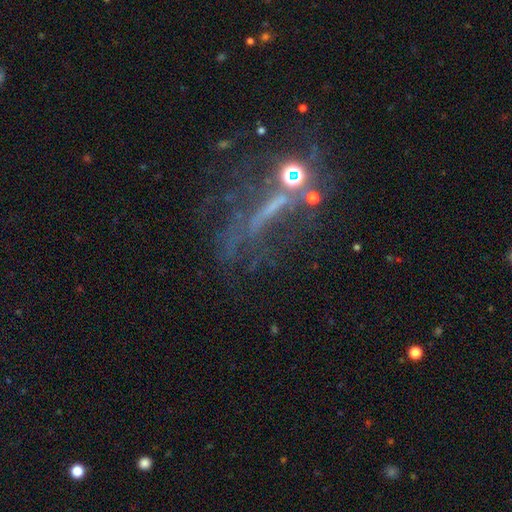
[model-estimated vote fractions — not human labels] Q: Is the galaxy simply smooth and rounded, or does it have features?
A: featured or disk — 44%.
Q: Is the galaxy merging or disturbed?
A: none — 40%.